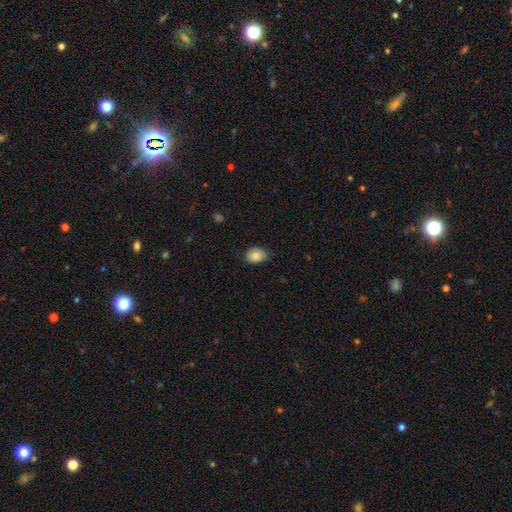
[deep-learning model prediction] Smooth or featured: smooth — 87% (star or artifact — 8%)
How rounded: in between — 63% (round — 36%)
Merging: none — 74% (minor disturbance — 22%)